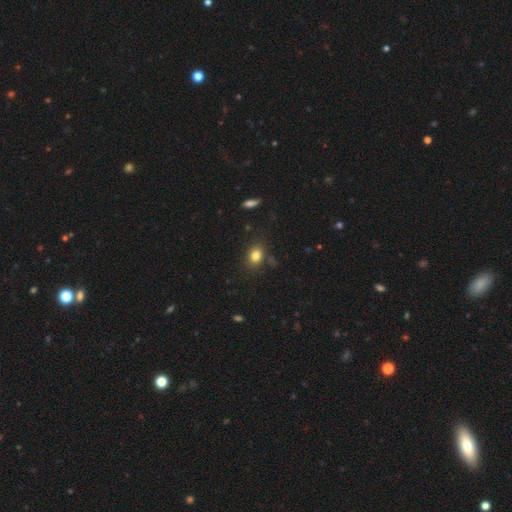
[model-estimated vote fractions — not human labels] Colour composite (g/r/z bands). It shows a smooth galaxy with no disk features (81%) that is in between round and cigar-shaped (61%). Merging: none (81%).